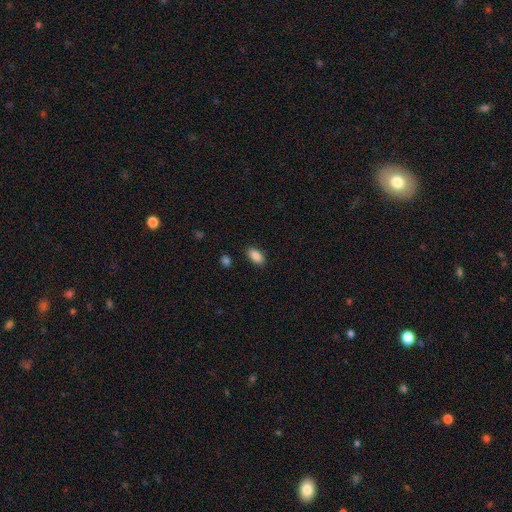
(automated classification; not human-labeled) Smooth or featured: smooth — 89% (star or artifact — 8%)
How rounded: in between — 93% (round — 4%)
Merging: none — 88% (minor disturbance — 9%)